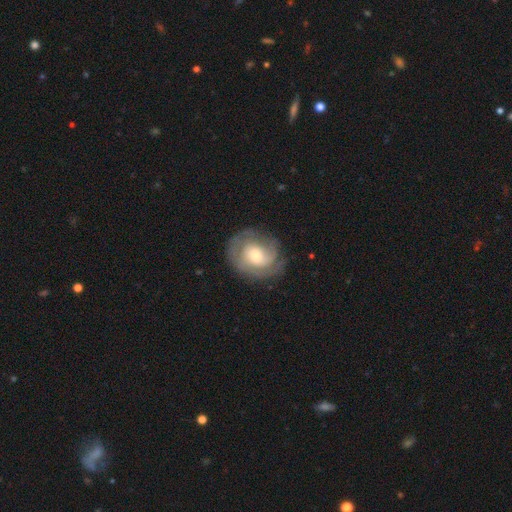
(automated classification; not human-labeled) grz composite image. It shows a featured or disk galaxy (70%) with no bar (66%), 2 (35%) tight (58%) spiral arms (88%) and a moderate central bulge (50%). Merging: none (74%).